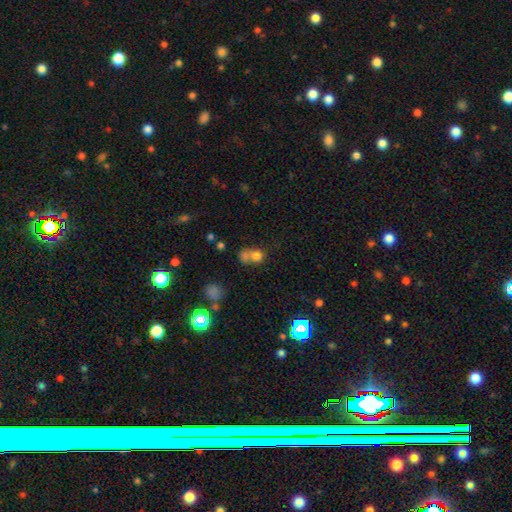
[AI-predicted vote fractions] A smooth galaxy with no disk features (72%) that is round (69%).

Vote fractions:
- Smooth or featured? smooth: 72% / star or artifact: 15% / featured or disk: 13%
- How rounded? round: 69% / in between: 30% / cigar-shaped: 1%
- Merging? merger: 55% / none: 29% / minor disturbance: 9% / major disturbance: 7%